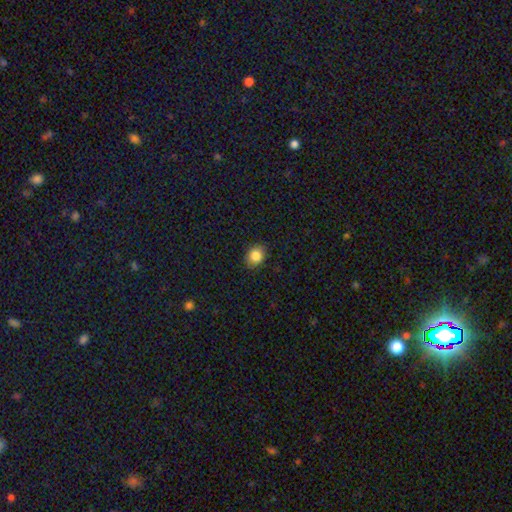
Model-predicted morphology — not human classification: This is clearly a smooth galaxy (84%). How rounded: possibly round (58%). Merging: clearly none (87%).